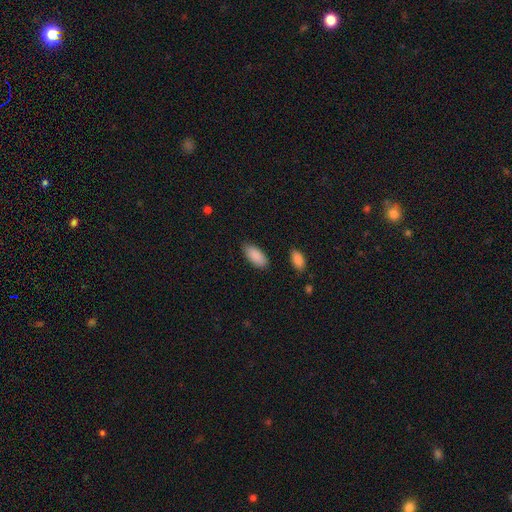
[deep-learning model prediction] Overall: smooth (90%). How rounded: in between (90%). Merging: none (83%).